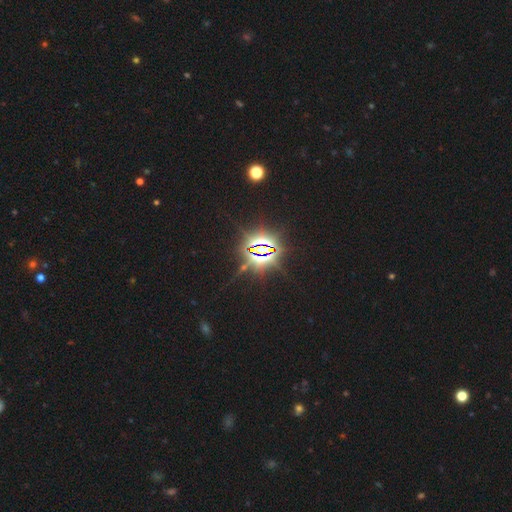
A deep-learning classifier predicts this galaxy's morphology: Smooth or featured? Predicted: star or artifact (p=0.85).